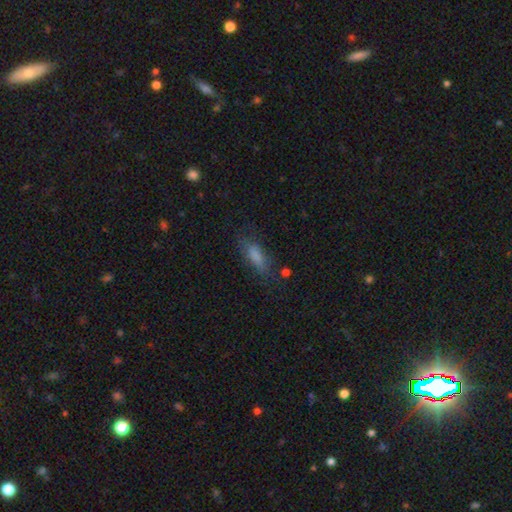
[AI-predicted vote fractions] The model was most divided on "how rounded": in between: 63%, cigar-shaped: 34%, round: 3%. More confident: smooth or featured — smooth (76%); merging — none (64%).